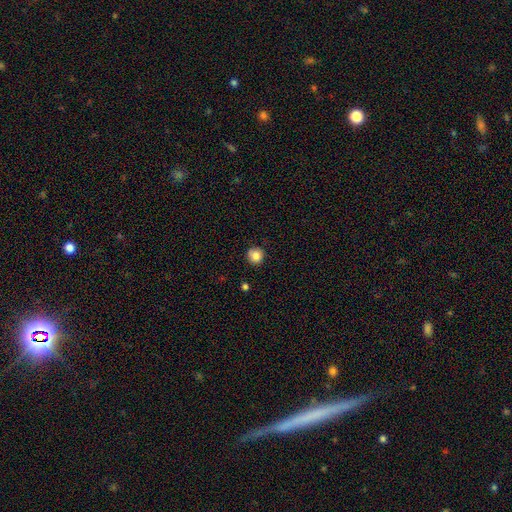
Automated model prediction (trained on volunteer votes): The model was most divided on "smooth or featured": smooth: 84%, star or artifact: 10%, featured or disk: 6%. More confident: how rounded — round (94%); merging — none (88%).